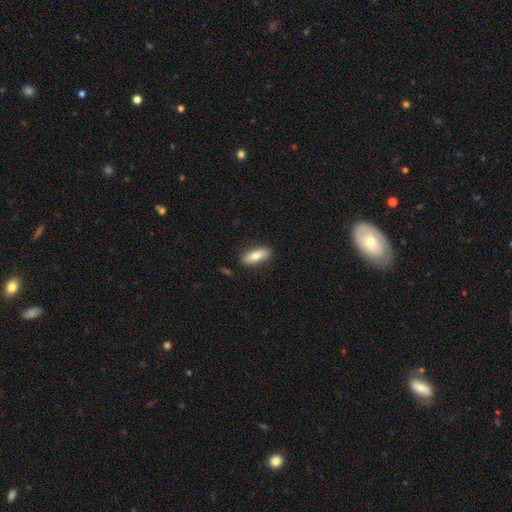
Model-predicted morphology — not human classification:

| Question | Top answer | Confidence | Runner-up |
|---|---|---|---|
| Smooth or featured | smooth | 81% | featured or disk (12%) |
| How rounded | in between | 76% | cigar-shaped (21%) |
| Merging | none | 86% | minor disturbance (10%) |